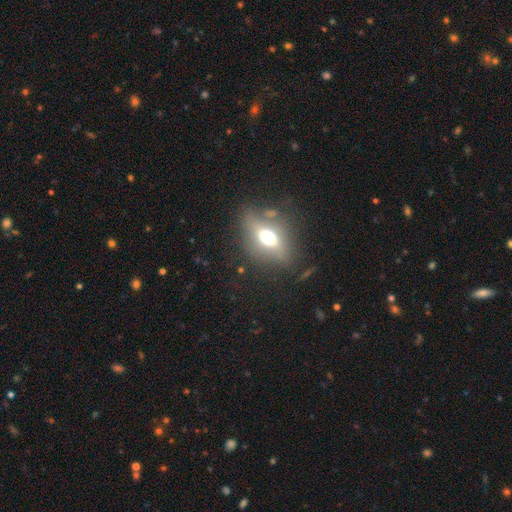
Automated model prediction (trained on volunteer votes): Smooth or featured: featured or disk — 47% (smooth — 35%)
Merging: none — 77% (minor disturbance — 14%)